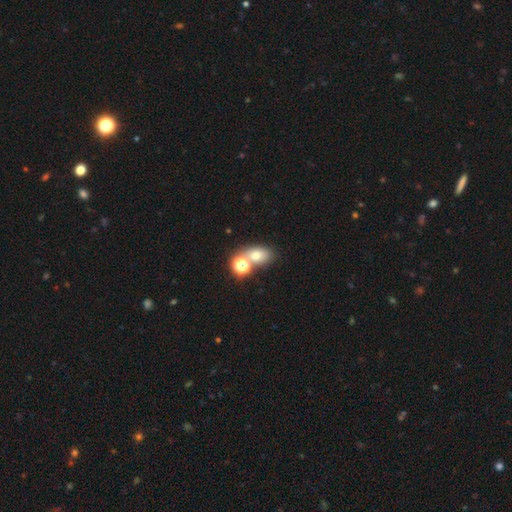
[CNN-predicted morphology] A smooth galaxy with no disk features (69%) that is in between round and cigar-shaped (62%). Merging: none (52%).